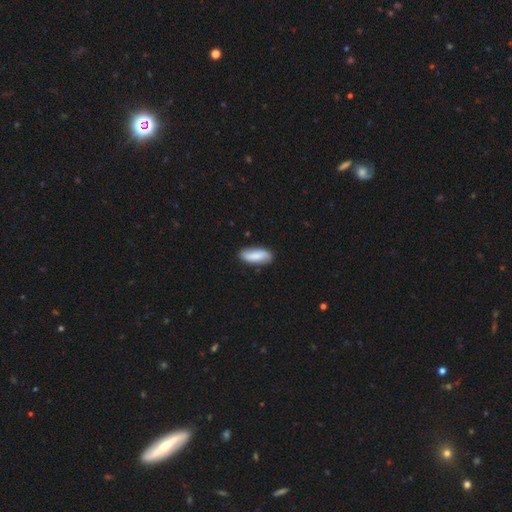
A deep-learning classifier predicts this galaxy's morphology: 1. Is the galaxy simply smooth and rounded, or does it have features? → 73% smooth, 21% featured or disk, 6% star or artifact.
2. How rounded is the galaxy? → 73% in between, 25% cigar-shaped, 2% round.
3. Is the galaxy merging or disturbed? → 83% none, 13% minor disturbance, 2% major disturbance, 2% merger.